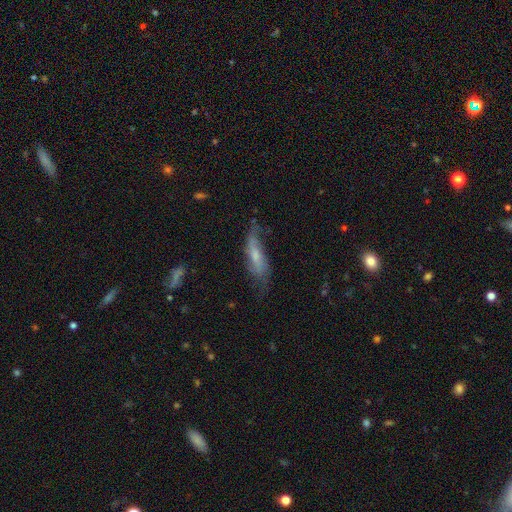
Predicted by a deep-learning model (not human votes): A featured or disk galaxy (55%).

Vote fractions:
- Smooth or featured? featured or disk: 55% / smooth: 38% / star or artifact: 8%
- Edge-on disk? no: 74% / yes: 26%
- Merging? none: 51% / minor disturbance: 28% / major disturbance: 18% / merger: 3%